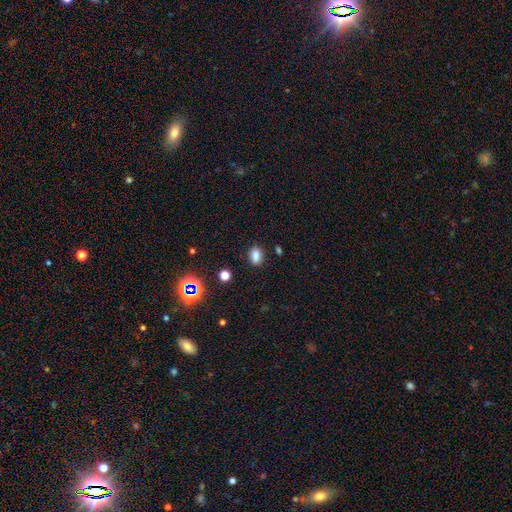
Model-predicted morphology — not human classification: smooth 80%, star or artifact 14%, featured or disk 6%. Down the decision tree: how rounded — in between (77%); merging — none (84%).